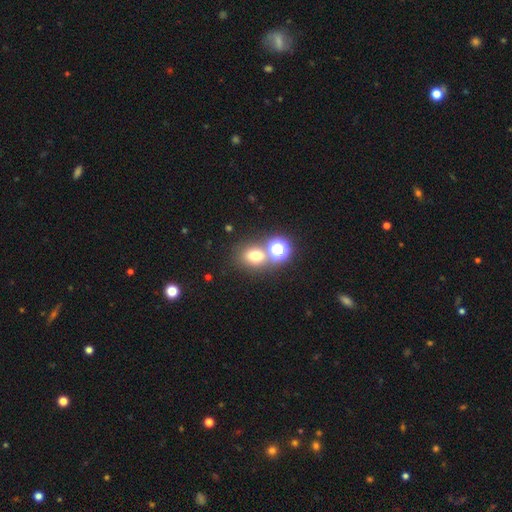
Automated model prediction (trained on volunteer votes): This is likely a smooth galaxy (67%). How rounded: possibly round (52%). Merging: possibly none (60%).